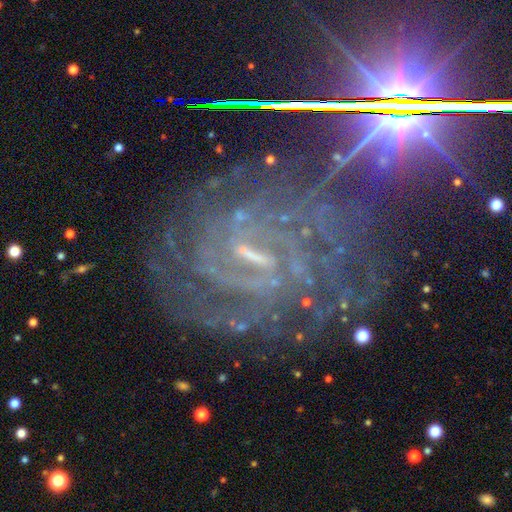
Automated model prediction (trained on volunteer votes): This is likely a featured or disk galaxy (78%). It is clearly not viewed edge-on (95%). Bar: possibly strong (50%). Spiral arm pattern: clearly yes (96%). Spiral arm count: marginally 2 (31%). Spiral winding: likely tight (65%). Central bulge: likely small (61%). Merging: likely none (69%).